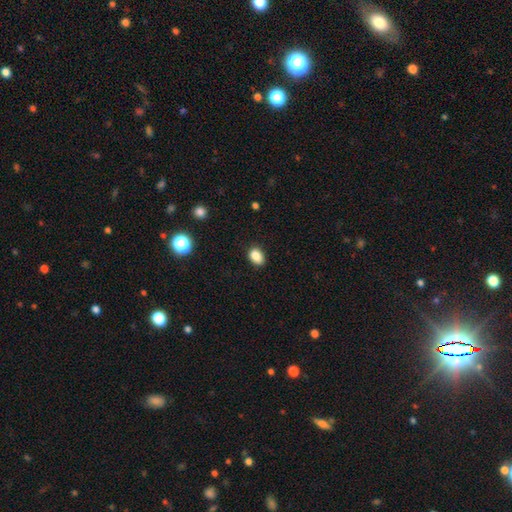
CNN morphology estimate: smooth_or_featured: smooth (p=0.86) [alt: star or artifact p=0.10]
how_rounded: in between (p=0.75) [alt: round p=0.24]
merging: none (p=0.84) [alt: minor disturbance p=0.12]